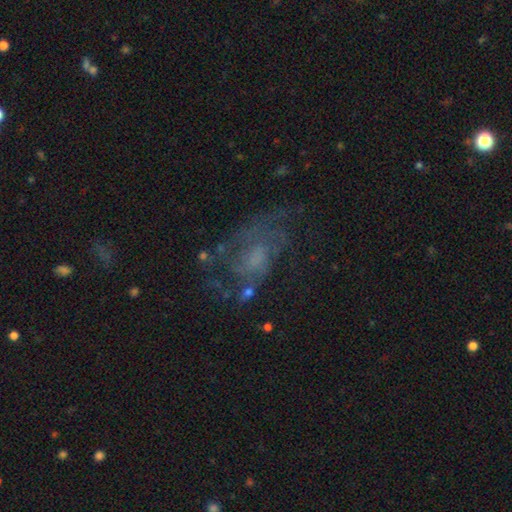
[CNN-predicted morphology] Overall: featured or disk (68%). Edge-on disk: no (96%). Bar: no (67%; weak 28%). Spiral arms: yes (76%). Bulge size: moderate (32%; none 30%). Merging: none (51%; major disturbance 25%).